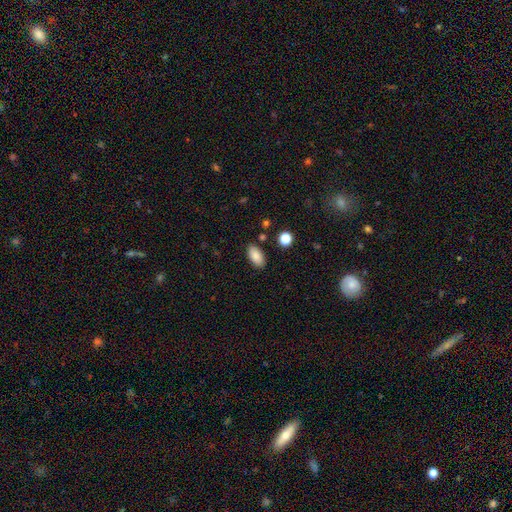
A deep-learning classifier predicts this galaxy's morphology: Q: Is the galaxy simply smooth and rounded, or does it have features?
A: smooth — 86%.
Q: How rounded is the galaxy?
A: in between — 92%.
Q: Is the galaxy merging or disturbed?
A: none — 86%.